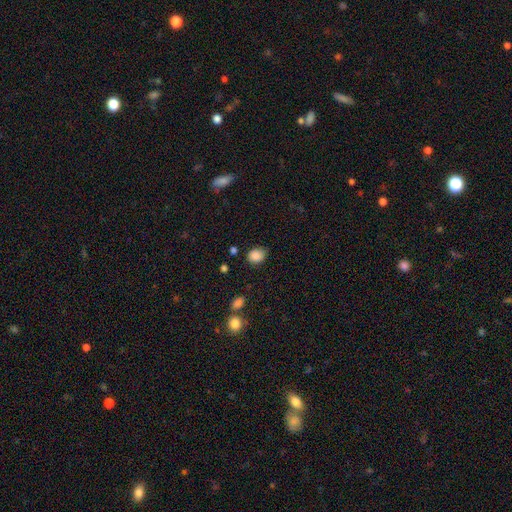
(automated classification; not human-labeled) smooth_or_featured: smooth (p=0.87) [alt: star or artifact p=0.09]
how_rounded: round (p=0.50) [tied with: in between p=0.50]
merging: none (p=0.73) [alt: minor disturbance p=0.20]